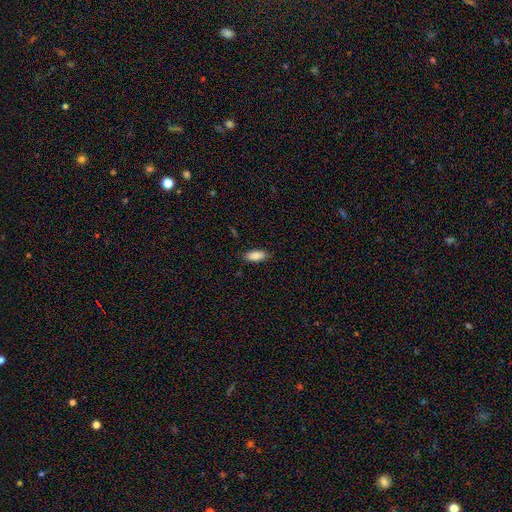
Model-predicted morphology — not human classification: smooth 87%, star or artifact 7%, featured or disk 6%. Down the decision tree: how rounded — in between (84%); merging — none (86%).